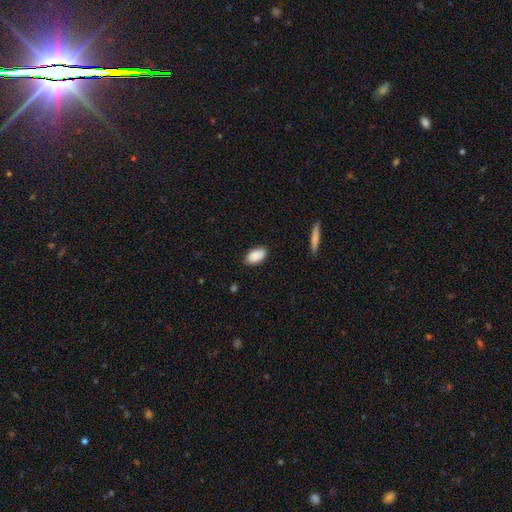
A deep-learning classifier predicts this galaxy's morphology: Q: Smooth or featured?
A: smooth (88%); runner-up: star or artifact (7%)
Q: How rounded?
A: in between (94%); runner-up: round (3%)
Q: Merging?
A: none (83%); runner-up: minor disturbance (13%)